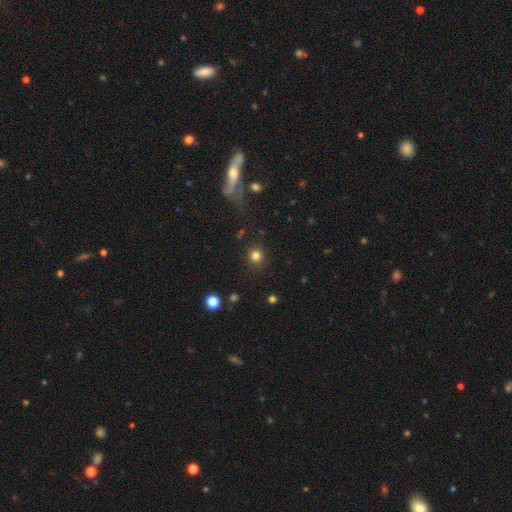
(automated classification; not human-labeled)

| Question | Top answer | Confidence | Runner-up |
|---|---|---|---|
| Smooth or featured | smooth | 81% | star or artifact (14%) |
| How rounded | round | 90% | in between (9%) |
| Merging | none | 87% | minor disturbance (8%) |